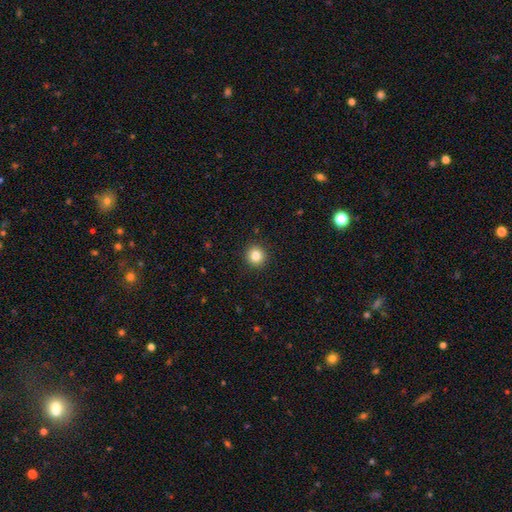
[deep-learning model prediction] This appears to be a smooth galaxy with no disk features (83%) that is round (93%). Merging: none (93%).